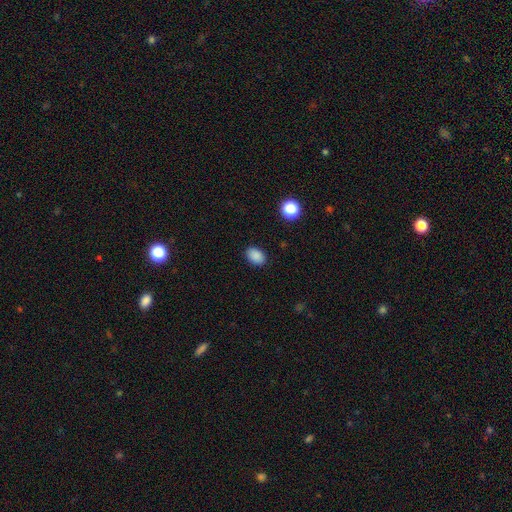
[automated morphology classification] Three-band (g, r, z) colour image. It shows a smooth galaxy with no disk features (87%) that is in between round and cigar-shaped (80%). Merging: none (88%).